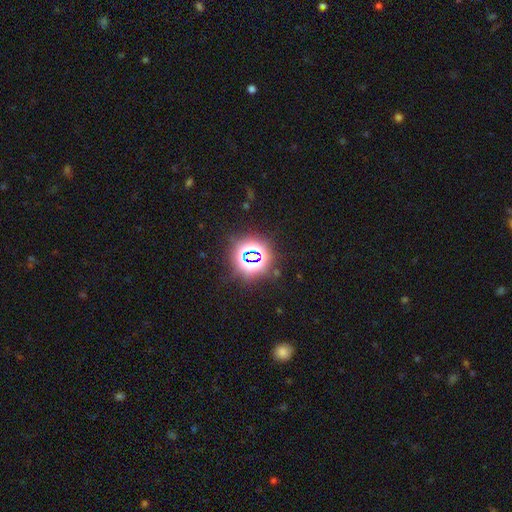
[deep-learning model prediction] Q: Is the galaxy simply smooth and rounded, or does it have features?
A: star or artifact — 76%.